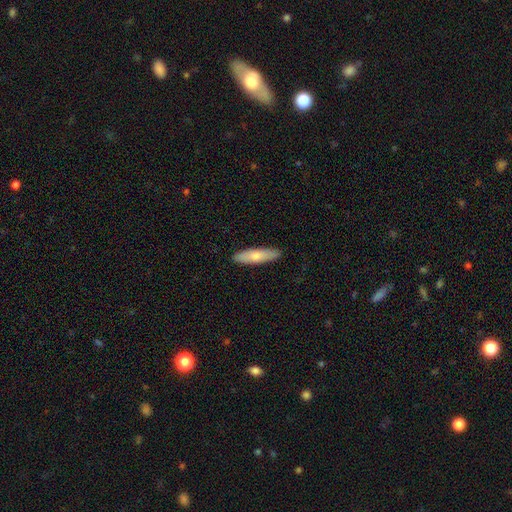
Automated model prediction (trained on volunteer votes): The model was most divided on "how rounded": cigar-shaped: 72%, in between: 26%, round: 2%. More confident: merging — none (90%); smooth or featured — smooth (71%).